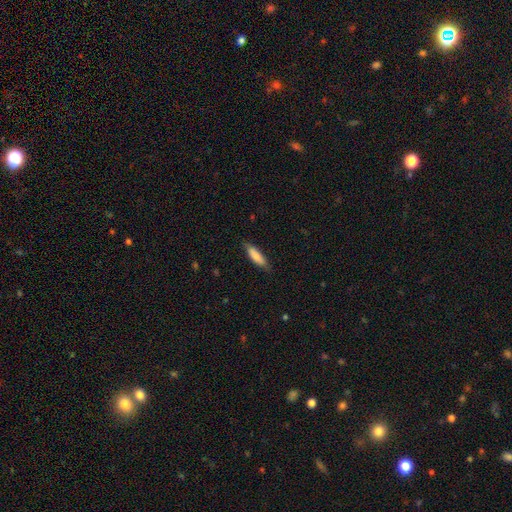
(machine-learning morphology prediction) This is clearly a smooth galaxy (81%). How rounded: possibly cigar-shaped (56%). Merging: likely none (78%).